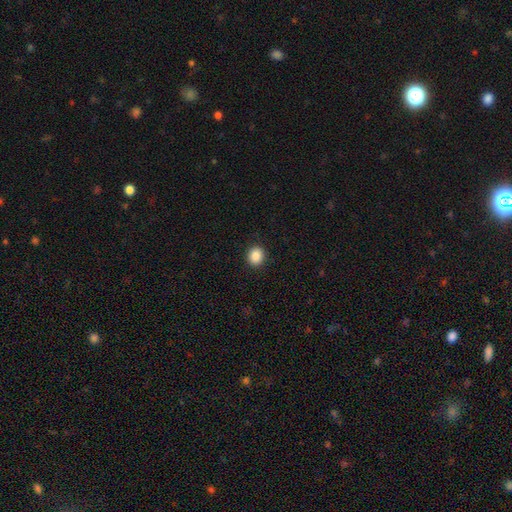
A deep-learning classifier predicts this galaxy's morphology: Smooth or featured? Predicted: smooth (p=0.87). How rounded? Predicted: round (p=0.75). Merging? Predicted: none (p=0.92).